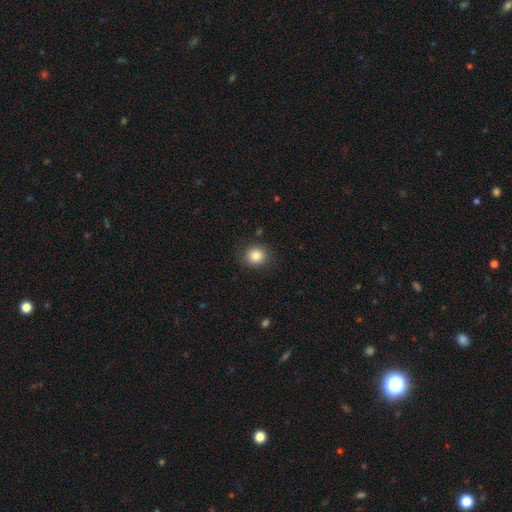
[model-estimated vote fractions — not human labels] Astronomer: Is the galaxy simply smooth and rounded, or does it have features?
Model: smooth — 85%.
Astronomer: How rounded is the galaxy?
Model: round — 84%.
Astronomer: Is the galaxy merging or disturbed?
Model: none — 85%.